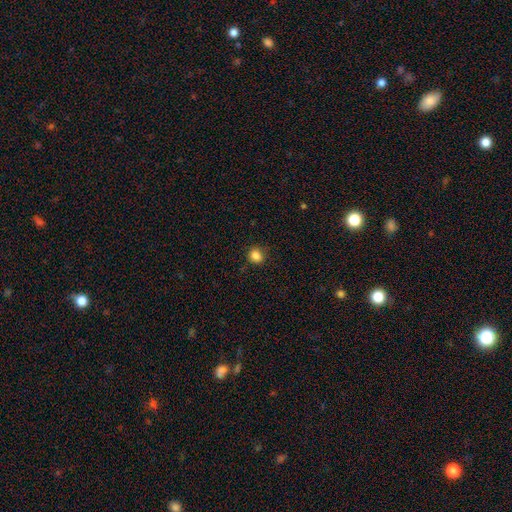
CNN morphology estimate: Smooth or featured? Predicted: smooth (p=0.85). How rounded? Predicted: round (p=0.75). Merging? Predicted: none (p=0.86).